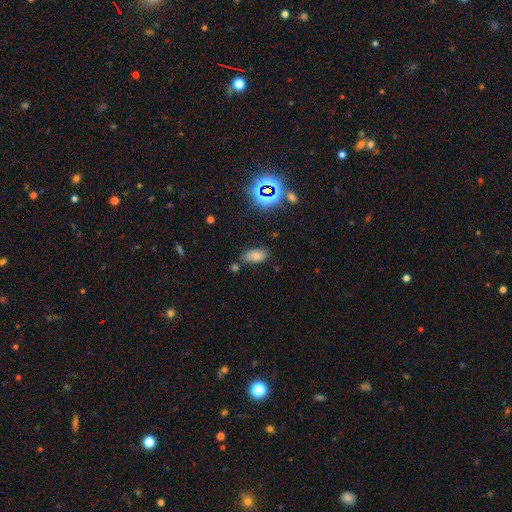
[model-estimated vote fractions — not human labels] This appears to be a smooth galaxy with no disk features (69%) that is in between round and cigar-shaped (90%). Merging: none (70%).